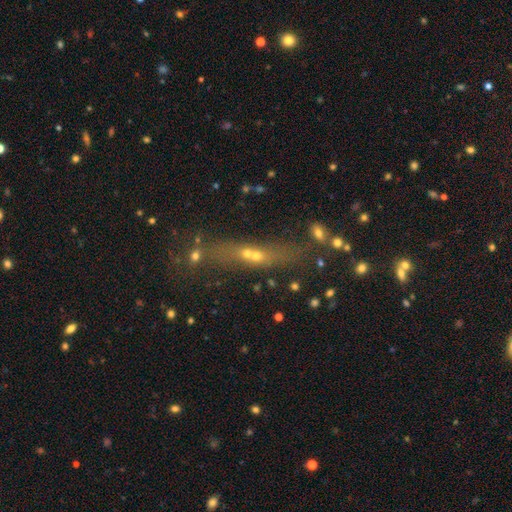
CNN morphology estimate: A smooth galaxy with no disk features (43%).

Vote fractions:
- Smooth or featured? smooth: 43% / featured or disk: 36% / star or artifact: 21%
- Merging? merger: 41% / none: 39% / minor disturbance: 11% / major disturbance: 9%